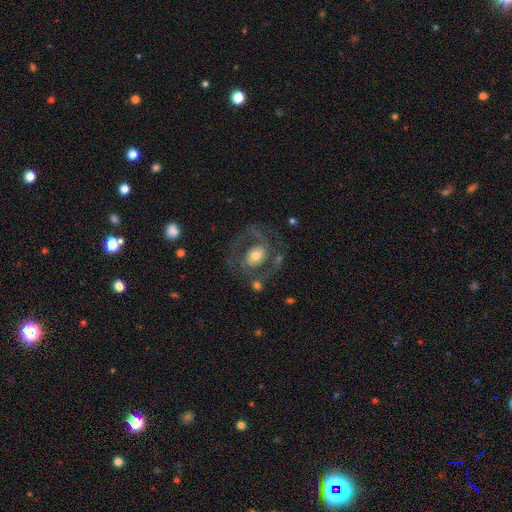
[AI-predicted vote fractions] Overall: featured or disk (71%). Edge-on disk: no (97%). Bar: no (59%; weak 28%). Spiral arms: yes (72%). Bulge size: moderate (66%). Merging: none (63%).